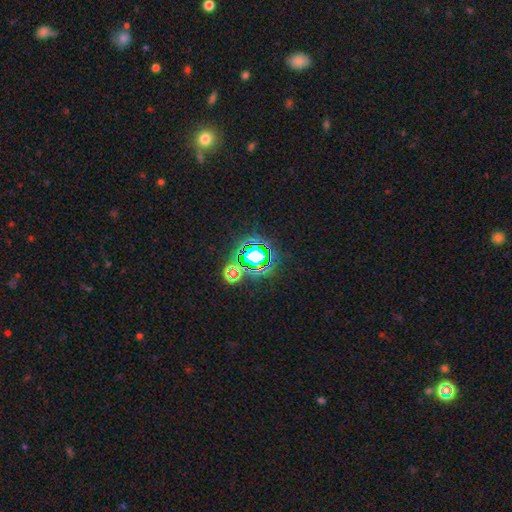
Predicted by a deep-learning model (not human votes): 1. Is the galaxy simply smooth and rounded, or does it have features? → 70% star or artifact, 18% smooth, 12% featured or disk.